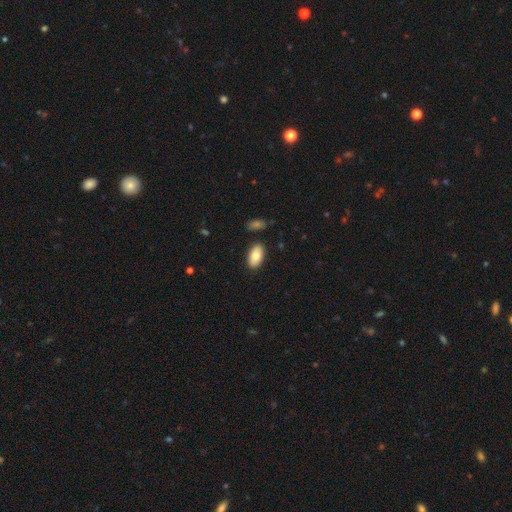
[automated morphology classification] A smooth galaxy with no disk features (79%) that is in between round and cigar-shaped (94%). Merging: none (86%).